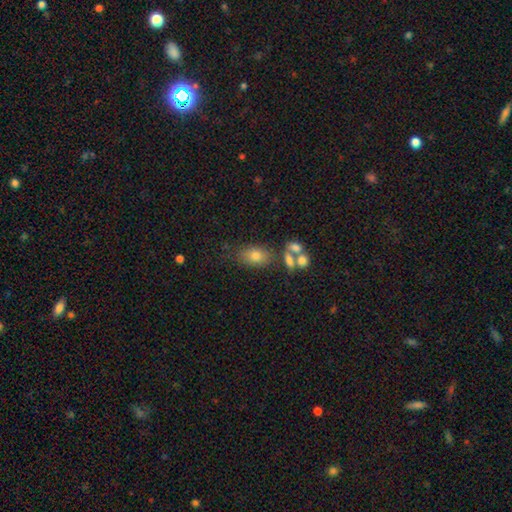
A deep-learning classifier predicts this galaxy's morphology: Overall: smooth (72%). How rounded: in between (79%). Merging: none (61%).